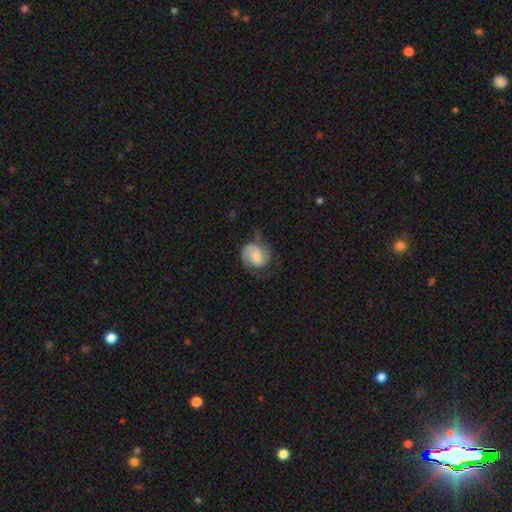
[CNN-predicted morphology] type=featured or disk (63%); edge-on=no (98%); bar=no (60%); spiral arms=yes (91%); winding=medium (43%); arm count=2 (77%); bulge=small (42%); merging=none (55%).